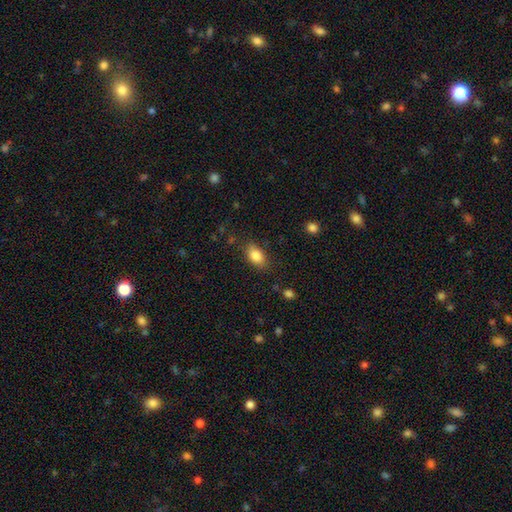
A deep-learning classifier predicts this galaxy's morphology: Smooth or featured: smooth — 85% (star or artifact — 8%)
How rounded: in between — 88% (round — 9%)
Merging: none — 81% (minor disturbance — 14%)